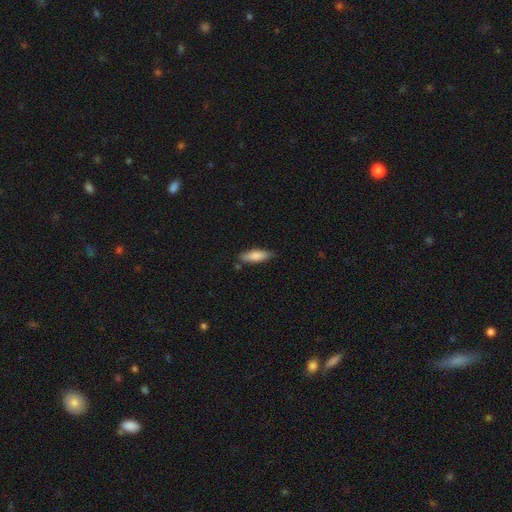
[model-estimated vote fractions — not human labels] This appears to be a smooth galaxy with no disk features (81%) that is cigar-shaped (50%). Merging: none (78%).